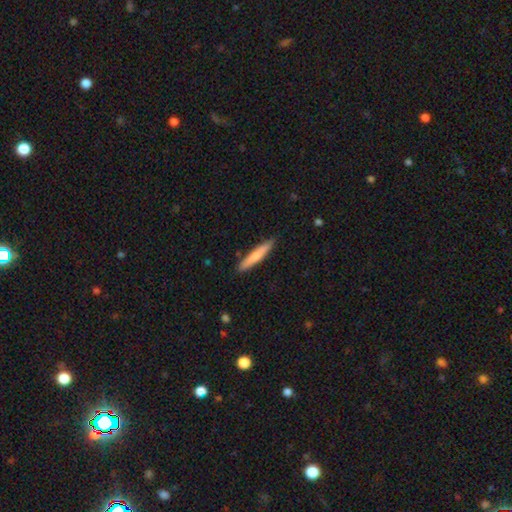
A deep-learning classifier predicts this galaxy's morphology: type=smooth (72%); roundness=cigar-shaped (93%); merging=none (89%).